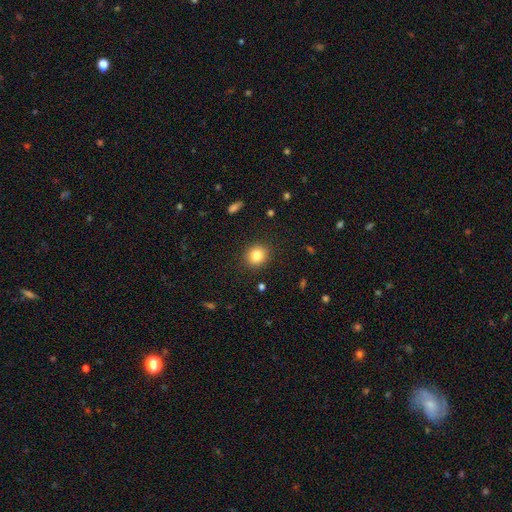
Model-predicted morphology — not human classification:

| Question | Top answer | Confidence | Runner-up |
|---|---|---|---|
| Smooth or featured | smooth | 82% | star or artifact (11%) |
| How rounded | round | 82% | in between (17%) |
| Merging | none | 90% | minor disturbance (7%) |